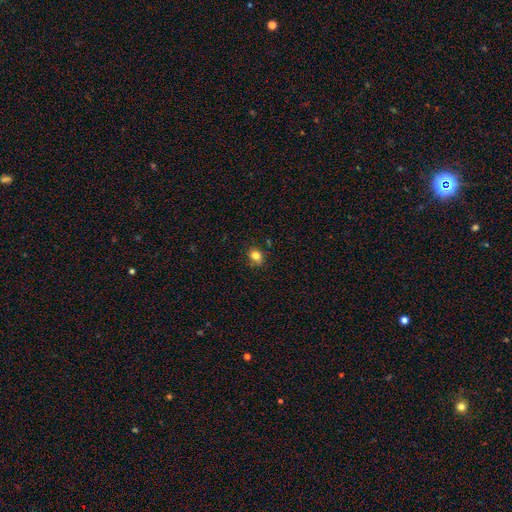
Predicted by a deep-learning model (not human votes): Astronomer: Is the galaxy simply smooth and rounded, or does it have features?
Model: smooth — 82%.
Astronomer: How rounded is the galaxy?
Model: in between — 52% (runner-up: round, 47%).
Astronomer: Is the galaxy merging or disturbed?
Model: none — 82%.